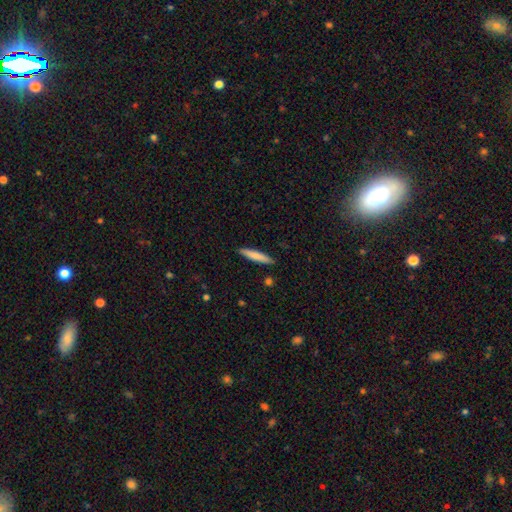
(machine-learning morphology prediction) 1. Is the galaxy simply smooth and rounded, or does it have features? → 77% smooth, 17% featured or disk, 6% star or artifact.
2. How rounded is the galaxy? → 91% cigar-shaped, 8% in between, 1% round.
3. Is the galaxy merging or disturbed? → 90% none, 7% minor disturbance, 1% major disturbance, 1% merger.